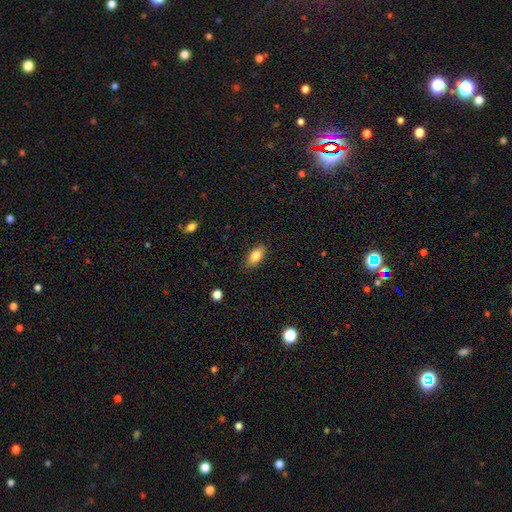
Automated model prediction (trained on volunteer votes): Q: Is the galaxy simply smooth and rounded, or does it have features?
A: smooth — 82%.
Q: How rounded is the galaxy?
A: in between — 87%.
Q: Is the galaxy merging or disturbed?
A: none — 86%.